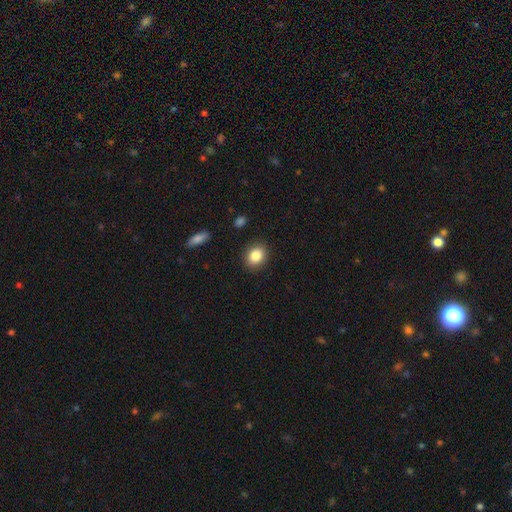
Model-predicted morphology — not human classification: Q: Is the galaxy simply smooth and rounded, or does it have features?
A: smooth — 86%.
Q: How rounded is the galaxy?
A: round — 50%.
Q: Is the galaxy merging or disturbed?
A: none — 88%.